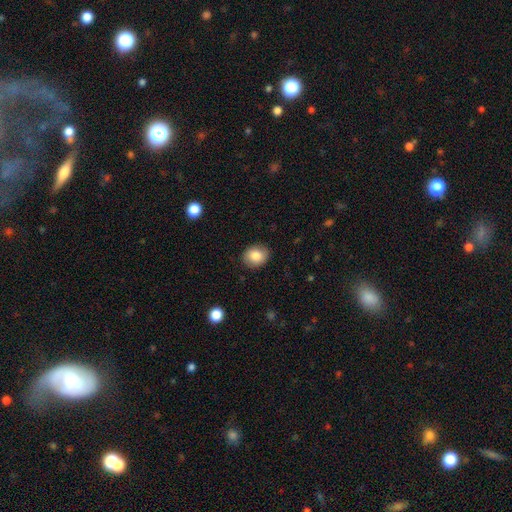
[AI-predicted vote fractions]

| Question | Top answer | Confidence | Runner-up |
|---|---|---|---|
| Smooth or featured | smooth | 83% | star or artifact (8%) |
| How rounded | round | 60% | in between (39%) |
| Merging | none | 87% | minor disturbance (9%) |